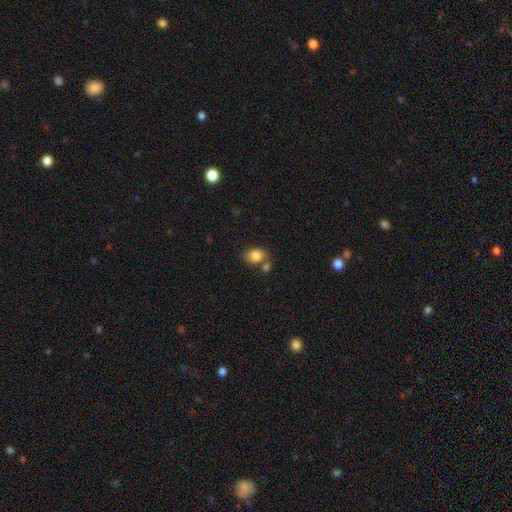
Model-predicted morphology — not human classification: Overall: smooth (83%). How rounded: in between (57%; round 42%). Merging: none (59%; merger 22%).